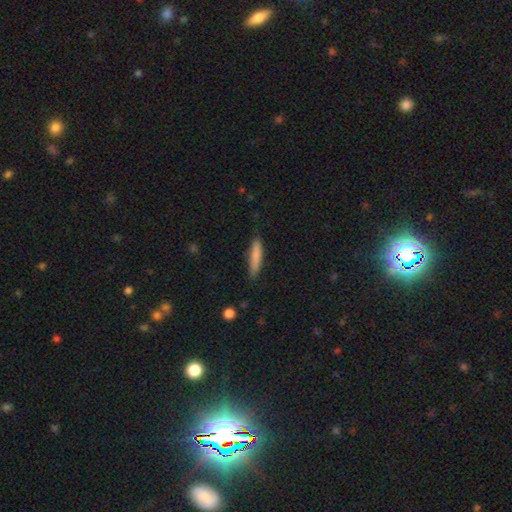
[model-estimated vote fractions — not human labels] A smooth galaxy with no disk features (81%) that is cigar-shaped (85%). Merging: none (83%).